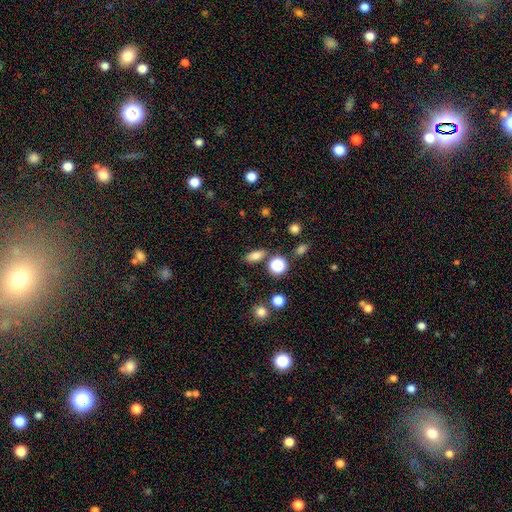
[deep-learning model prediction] The model was most divided on "smooth or featured": smooth: 79%, star or artifact: 14%, featured or disk: 8%. More confident: merging — none (80%); how rounded — in between (79%).